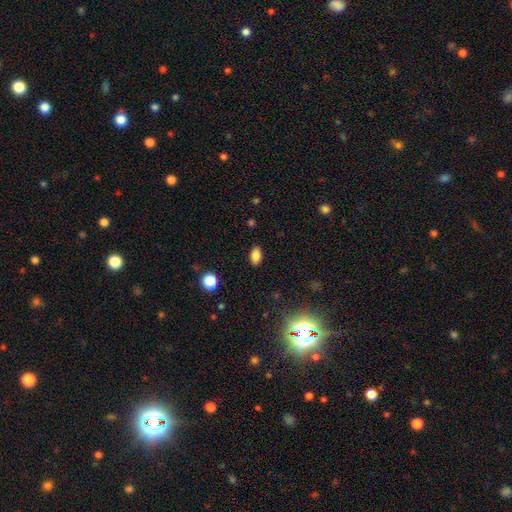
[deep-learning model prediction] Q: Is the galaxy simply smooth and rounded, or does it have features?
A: smooth — 82%.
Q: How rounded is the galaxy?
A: in between — 88%.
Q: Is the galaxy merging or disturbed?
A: none — 88%.